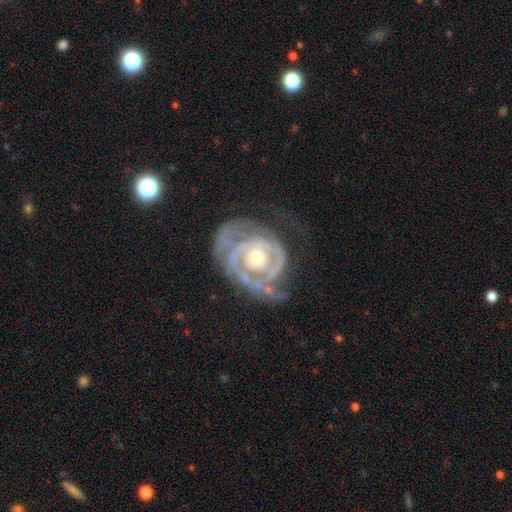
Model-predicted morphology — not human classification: Smooth or featured? Predicted: featured or disk (p=0.90). Edge-on disk? Predicted: no (p=0.97). Bar? Predicted: no (p=0.70). Spiral arms? Predicted: yes (p=0.94). Spiral winding? Predicted: tight (p=0.71). Spiral arm count? Predicted: 2 (p=0.43). Bulge size? Predicted: moderate (p=0.59). Merging? Predicted: none (p=0.51).